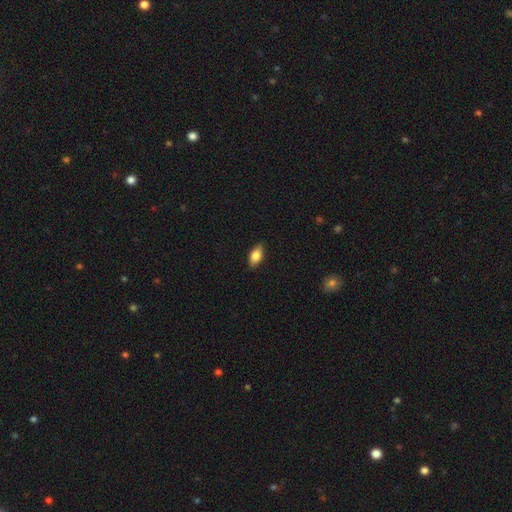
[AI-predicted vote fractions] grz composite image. It shows a smooth galaxy with no disk features (82%) that is in between round and cigar-shaped (90%). Merging: none (88%).